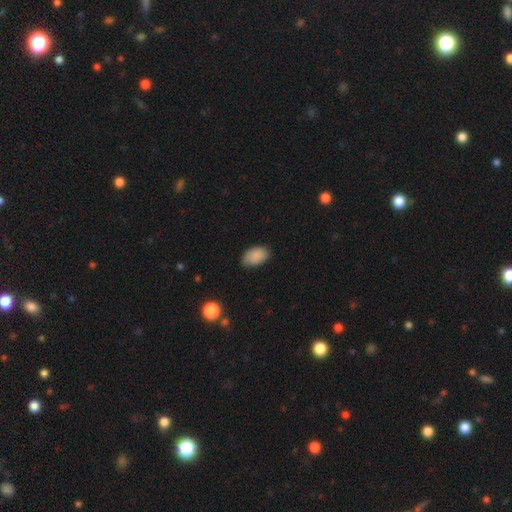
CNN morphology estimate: The model was most divided on "merging": none: 80%, minor disturbance: 16%, major disturbance: 3%, merger: 1%. More confident: how rounded — in between (92%); smooth or featured — smooth (88%).